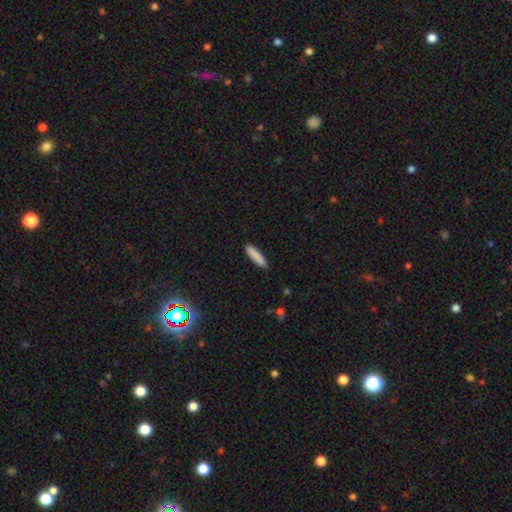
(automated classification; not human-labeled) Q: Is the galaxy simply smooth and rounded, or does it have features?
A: smooth — 87%.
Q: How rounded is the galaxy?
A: cigar-shaped — 81%.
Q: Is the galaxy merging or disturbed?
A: none — 88%.